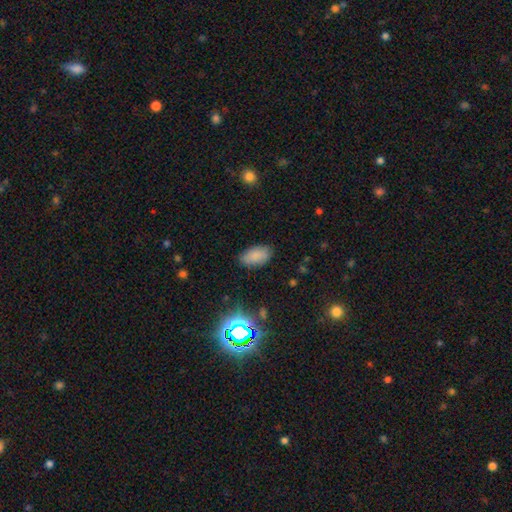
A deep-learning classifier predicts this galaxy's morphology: This is clearly a smooth galaxy (81%). How rounded: clearly in between (93%). Merging: clearly none (82%).